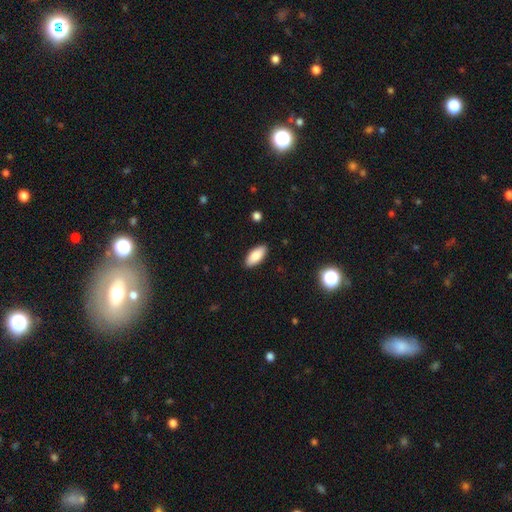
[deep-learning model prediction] Q: Smooth or featured?
A: smooth (86%); runner-up: featured or disk (7%)
Q: How rounded?
A: in between (86%); runner-up: cigar-shaped (12%)
Q: Merging?
A: none (89%); runner-up: minor disturbance (8%)